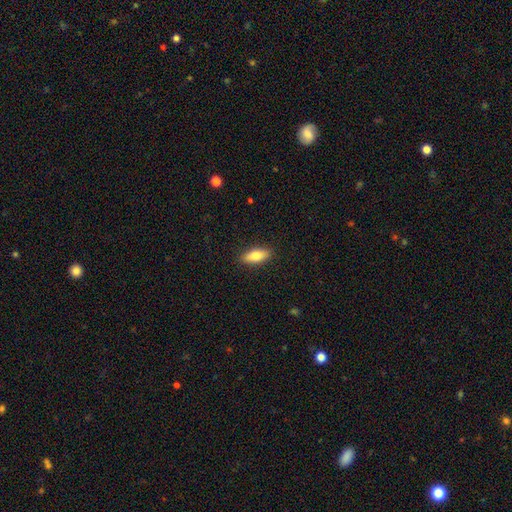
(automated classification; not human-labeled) This is likely a smooth galaxy (78%). How rounded: likely in between (77%). Merging: clearly none (89%).